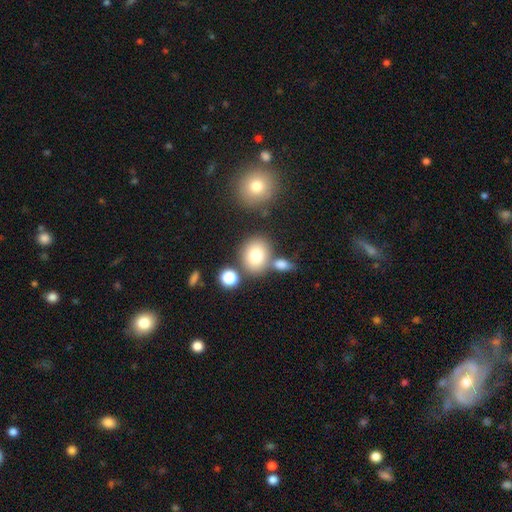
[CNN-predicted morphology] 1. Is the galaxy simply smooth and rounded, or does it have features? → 76% smooth, 13% featured or disk, 11% star or artifact.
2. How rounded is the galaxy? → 67% round, 32% in between, 1% cigar-shaped.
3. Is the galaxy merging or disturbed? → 67% none, 18% merger, 11% minor disturbance, 4% major disturbance.